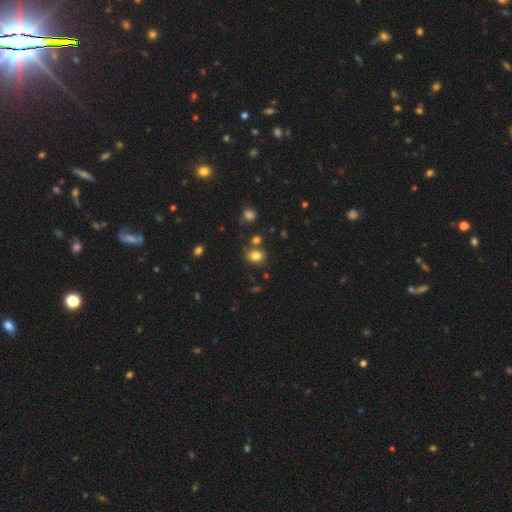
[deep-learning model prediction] A smooth galaxy with no disk features (80%) that is round (55%). Merging: none (72%).